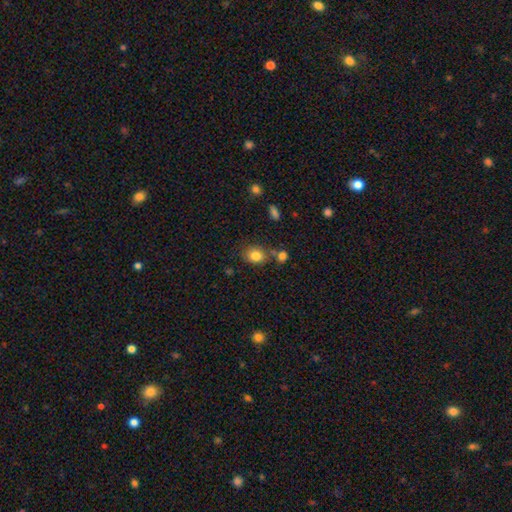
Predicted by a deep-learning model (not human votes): Smooth or featured: smooth — 83% (star or artifact — 10%)
How rounded: in between — 53% (round — 46%)
Merging: none — 67% (merger — 14%)